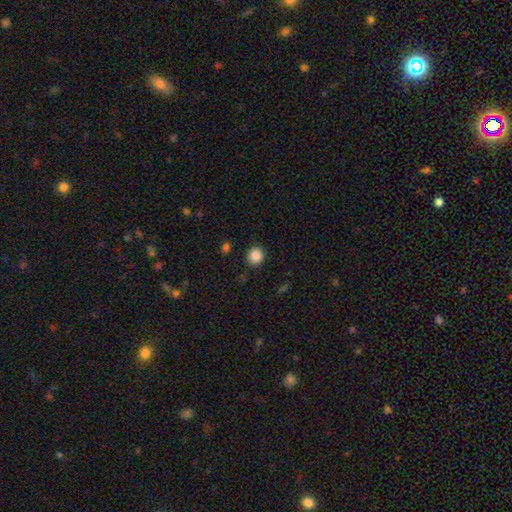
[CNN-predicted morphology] This appears to be a smooth galaxy with no disk features (87%) that is round (82%). Merging: none (87%).